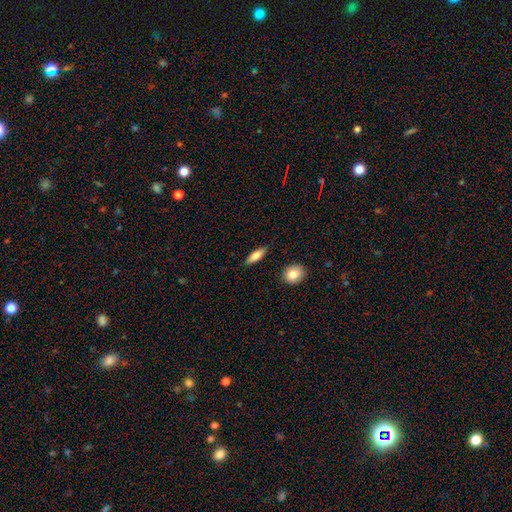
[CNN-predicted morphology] smooth_or_featured: smooth (p=0.77) [alt: featured or disk p=0.17]
how_rounded: in between (p=0.56) [alt: cigar-shaped p=0.41]
merging: none (p=0.87) [alt: minor disturbance p=0.09]